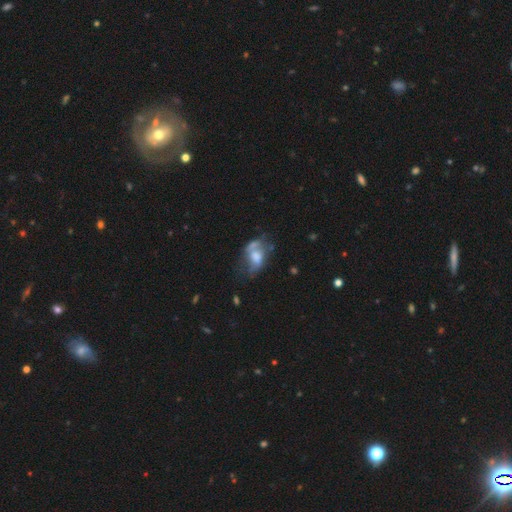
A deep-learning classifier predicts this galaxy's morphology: The model was most divided on "merging": major disturbance: 32%, none: 29%, minor disturbance: 24%, merger: 15%. Remaining: smooth or featured — featured or disk (46%).